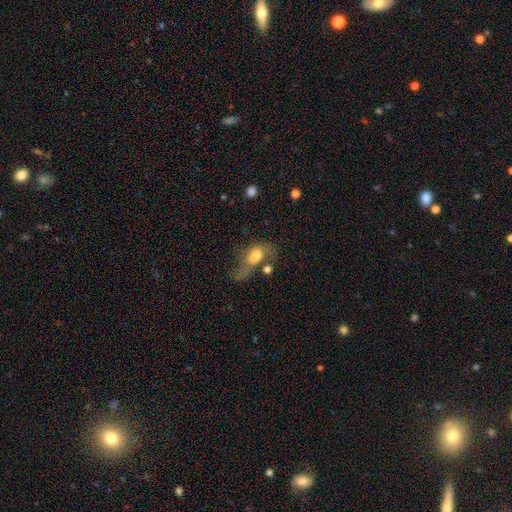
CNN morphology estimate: smooth_or_featured: smooth (p=0.49) [alt: featured or disk p=0.39]
merging: major disturbance (p=0.43) [alt: none p=0.21]